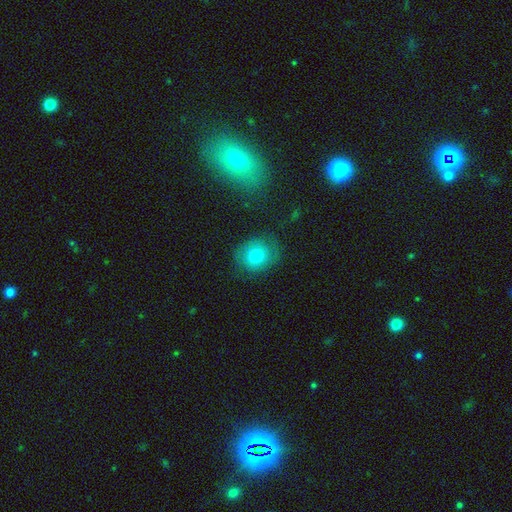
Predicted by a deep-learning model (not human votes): Smooth or featured: smooth — 71% (featured or disk — 18%)
How rounded: round — 72% (in between — 27%)
Merging: none — 71% (minor disturbance — 18%)